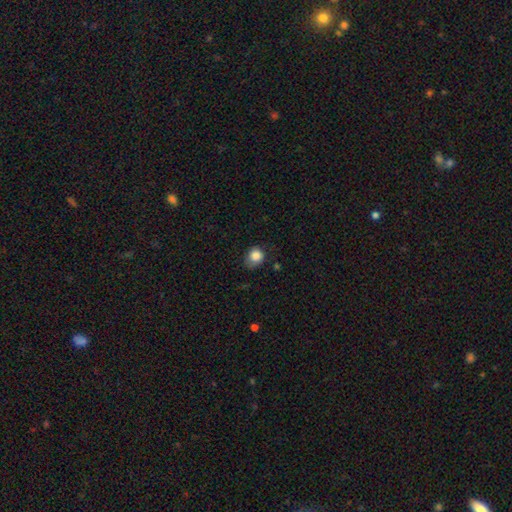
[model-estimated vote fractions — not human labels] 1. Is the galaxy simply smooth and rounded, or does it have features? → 84% smooth, 9% star or artifact, 7% featured or disk.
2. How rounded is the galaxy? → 68% round, 31% in between, 1% cigar-shaped.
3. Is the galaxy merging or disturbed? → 56% none, 32% minor disturbance, 10% major disturbance, 2% merger.